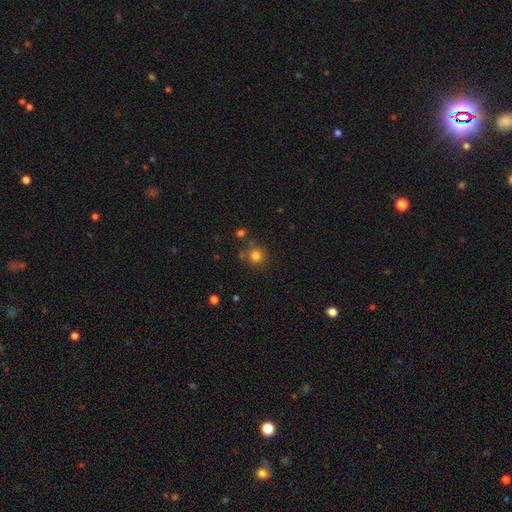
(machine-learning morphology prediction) Smooth or featured? Predicted: smooth (p=0.80). How rounded? Predicted: round (p=0.92). Merging? Predicted: none (p=0.79).